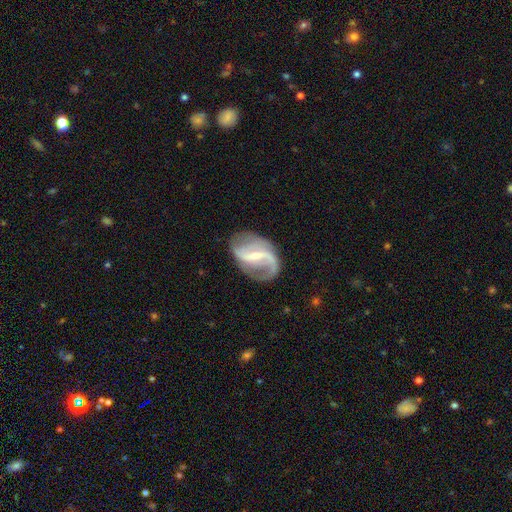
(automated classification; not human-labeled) smooth-or-featured: featured or disk: 87% | smooth: 8% | star or artifact: 5%
  disk-edge-on: no: 97% | yes: 3%
    bar: strong: 51% | weak: 37% | no: 11%
    has-spiral-arms: yes: 94% | no: 6%
      spiral-winding: loose: 59% | medium: 31% | tight: 9%
      spiral-arm-count: 2: 84% | 1: 6% | can't tell: 5% | 3: 2% | 4: 1% | more than 4: 1%
    bulge-size: small: 65% | moderate: 24% | none: 8% | large: 2% | dominant: 1%
  merging: none: 69% | minor disturbance: 18% | major disturbance: 11% | merger: 2%